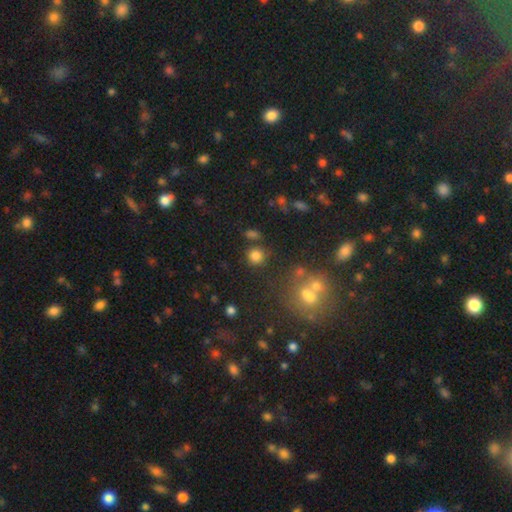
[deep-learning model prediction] Overall: smooth (79%). How rounded: round (89%). Merging: none (79%).